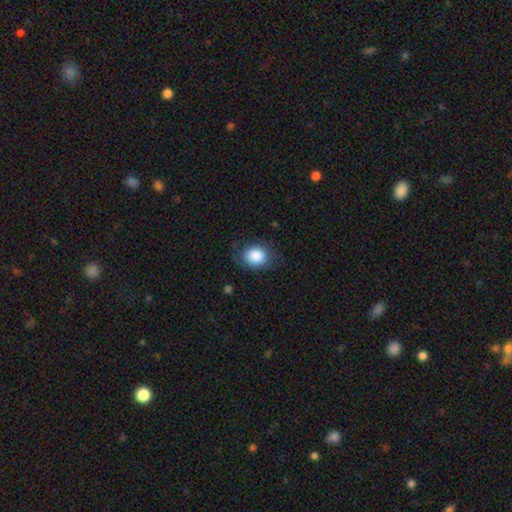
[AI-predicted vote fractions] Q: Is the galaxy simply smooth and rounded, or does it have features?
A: smooth — 86%.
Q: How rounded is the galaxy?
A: round — 52%.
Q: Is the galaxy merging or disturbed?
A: none — 75%.